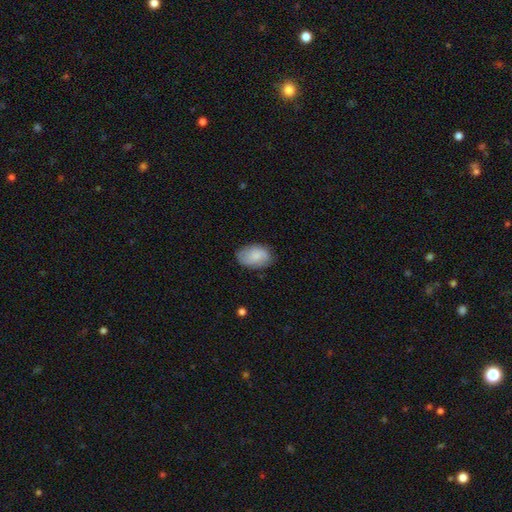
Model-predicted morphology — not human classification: A smooth galaxy with no disk features (79%) that is in between round and cigar-shaped (88%).

Vote fractions:
- Smooth or featured? smooth: 79% / featured or disk: 14% / star or artifact: 7%
- How rounded? in between: 88% / round: 11% / cigar-shaped: 1%
- Merging? none: 76% / minor disturbance: 19% / major disturbance: 4% / merger: 1%